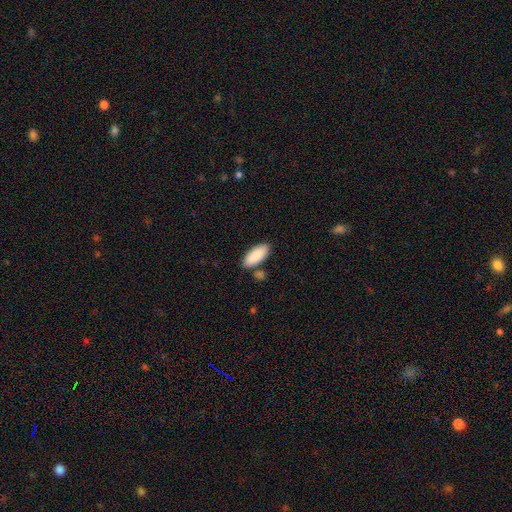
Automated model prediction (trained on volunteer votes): Q: Smooth or featured?
A: smooth (90%); runner-up: star or artifact (6%)
Q: How rounded?
A: in between (85%); runner-up: cigar-shaped (13%)
Q: Merging?
A: none (77%); runner-up: minor disturbance (12%)